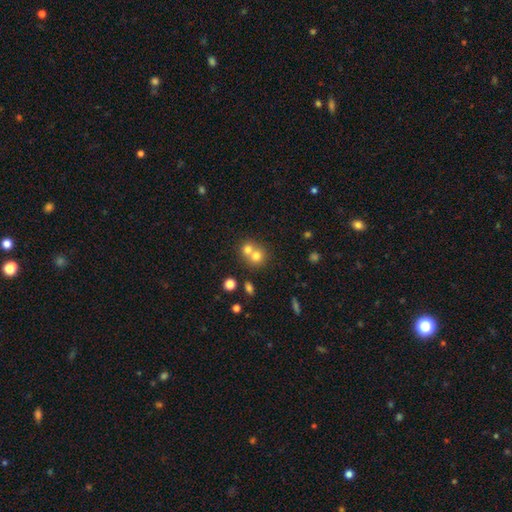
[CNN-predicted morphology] Smooth or featured? Predicted: smooth (p=0.71). How rounded? Predicted: round (p=0.81). Merging? Predicted: merger (p=0.57).